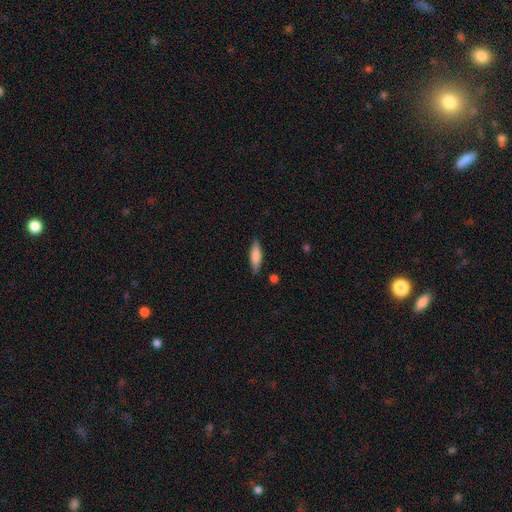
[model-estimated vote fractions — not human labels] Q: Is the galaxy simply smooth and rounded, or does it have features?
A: smooth — 79%.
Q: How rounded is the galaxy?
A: cigar-shaped — 58%.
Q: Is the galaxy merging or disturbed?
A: none — 84%.